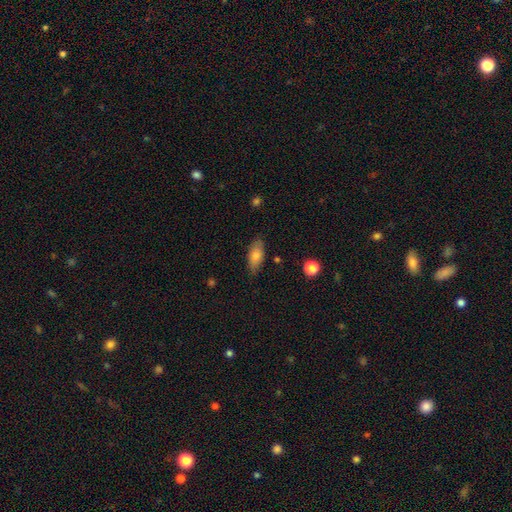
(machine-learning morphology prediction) Overall: smooth (77%). How rounded: in between (83%). Merging: none (81%).